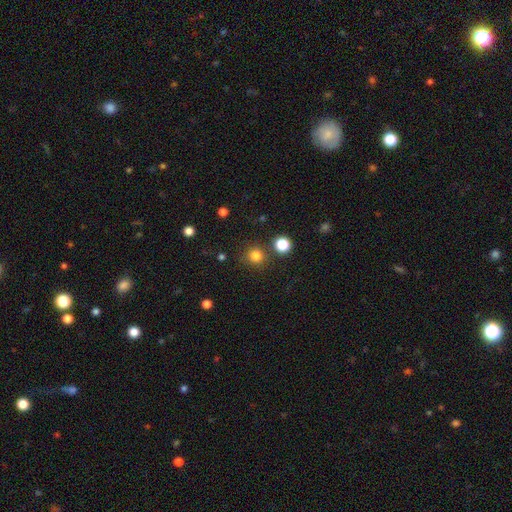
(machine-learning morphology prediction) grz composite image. It shows a smooth galaxy with no disk features (81%) that is round (93%). Merging: none (83%).